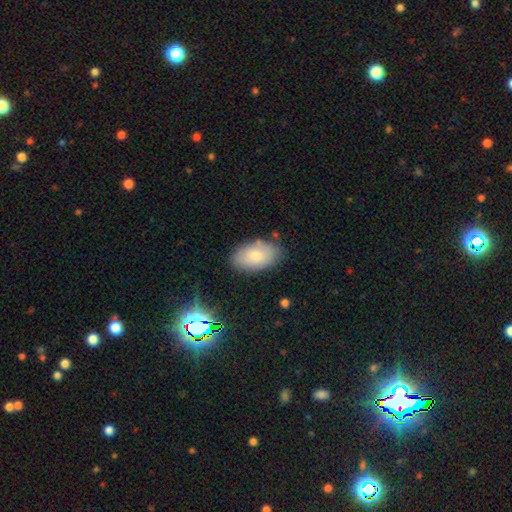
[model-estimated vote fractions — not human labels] Smooth or featured: smooth — 79% (featured or disk — 13%)
How rounded: in between — 93% (round — 5%)
Merging: none — 81% (minor disturbance — 14%)